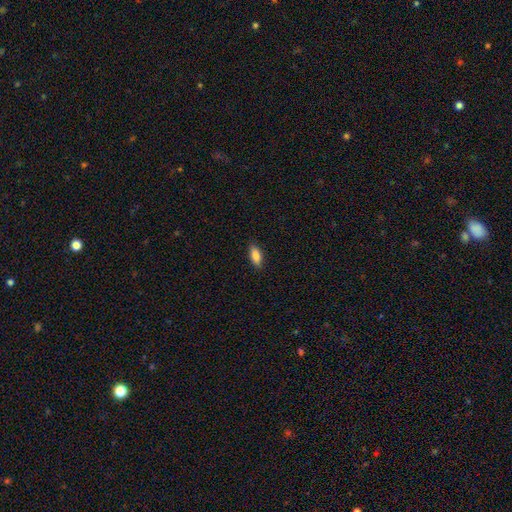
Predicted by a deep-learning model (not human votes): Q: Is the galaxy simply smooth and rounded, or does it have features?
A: smooth — 87%.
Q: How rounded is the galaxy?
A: in between — 82%.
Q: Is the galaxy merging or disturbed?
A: none — 87%.